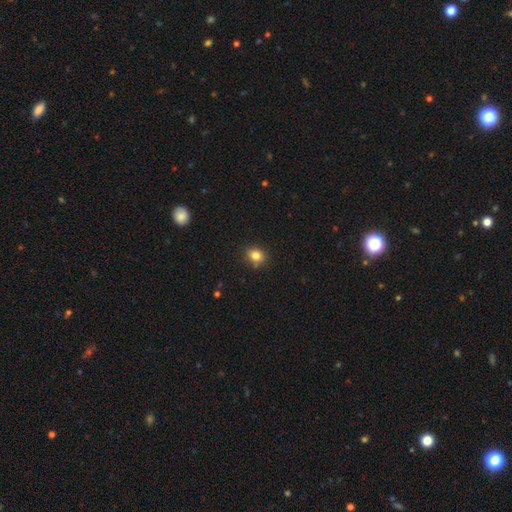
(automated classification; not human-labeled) Smooth or featured? Predicted: smooth (p=0.83). How rounded? Predicted: round (p=0.57). Merging? Predicted: none (p=0.84).